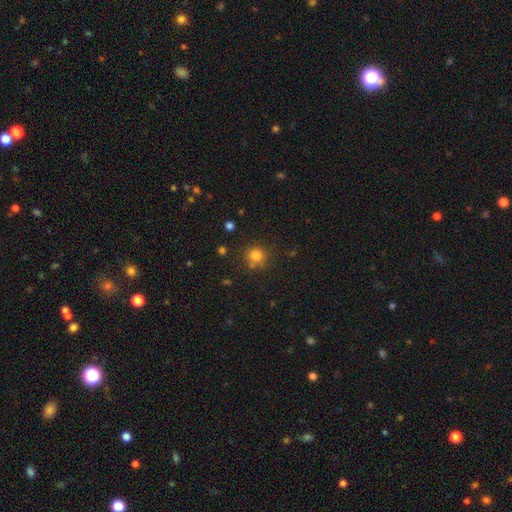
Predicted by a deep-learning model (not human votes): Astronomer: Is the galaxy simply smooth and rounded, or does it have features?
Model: smooth — 80%.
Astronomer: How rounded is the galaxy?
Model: round — 90%.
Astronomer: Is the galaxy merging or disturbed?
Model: none — 77%.